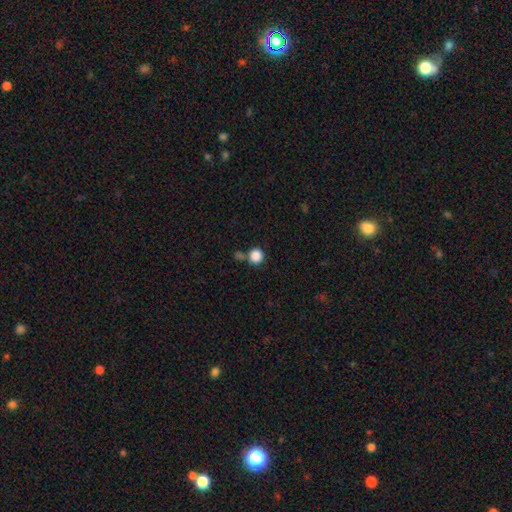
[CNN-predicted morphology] Smooth or featured: smooth — 86% (star or artifact — 10%)
How rounded: round — 93% (in between — 6%)
Merging: none — 69% (merger — 17%)